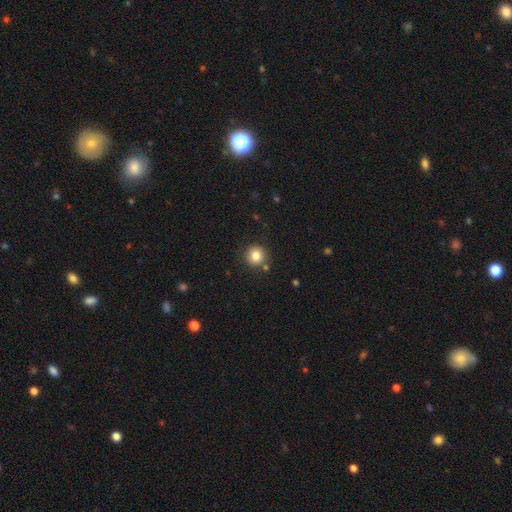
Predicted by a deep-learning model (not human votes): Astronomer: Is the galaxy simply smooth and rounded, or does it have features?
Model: smooth — 82%.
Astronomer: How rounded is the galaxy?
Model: round — 93%.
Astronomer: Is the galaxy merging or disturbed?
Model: none — 86%.